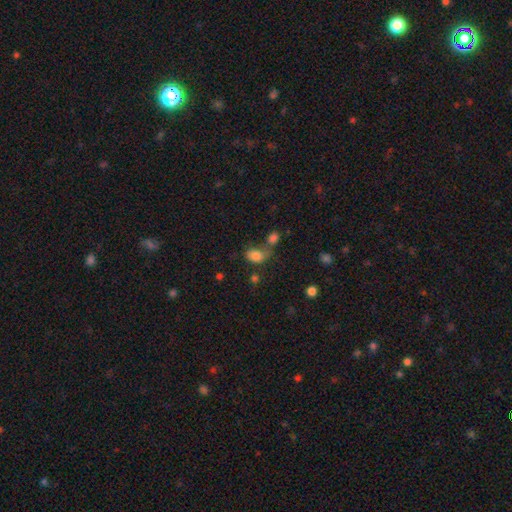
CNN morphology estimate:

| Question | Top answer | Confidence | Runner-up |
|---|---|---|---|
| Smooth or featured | smooth | 82% | star or artifact (11%) |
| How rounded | in between | 76% | round (22%) |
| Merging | none | 42% | merger (33%) |